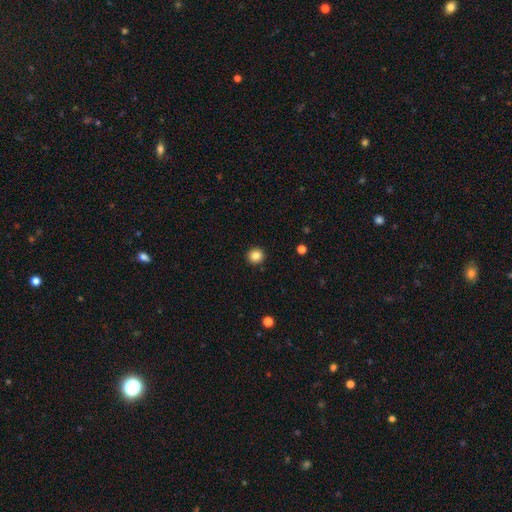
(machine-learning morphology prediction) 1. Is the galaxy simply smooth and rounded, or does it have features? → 85% smooth, 11% star or artifact, 4% featured or disk.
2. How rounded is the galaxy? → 94% round, 5% in between, 1% cigar-shaped.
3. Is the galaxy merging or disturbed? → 93% none, 5% minor disturbance, 2% major disturbance, 1% merger.